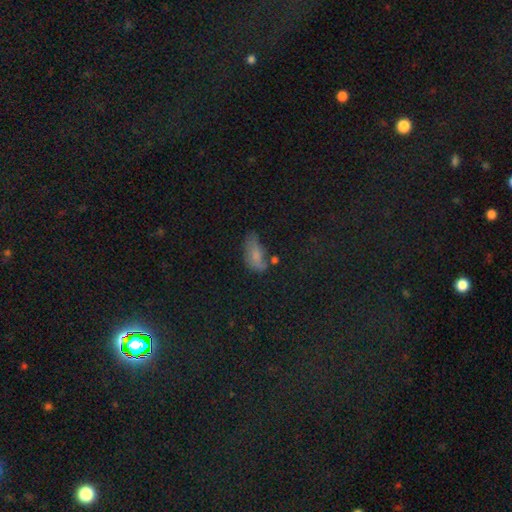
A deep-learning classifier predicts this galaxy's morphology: This appears to be a smooth galaxy with no disk features (69%) that is in between round and cigar-shaped (88%). Merging: none (40%).